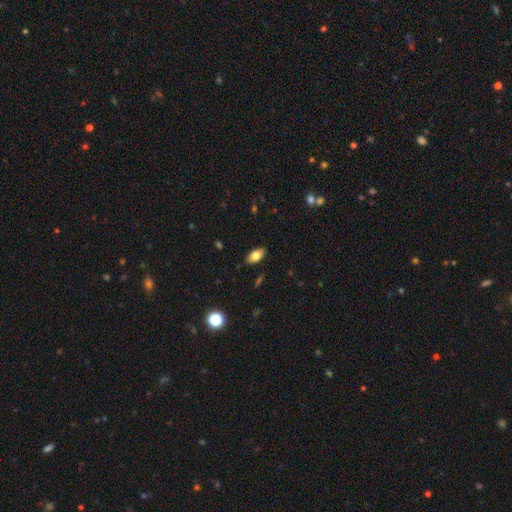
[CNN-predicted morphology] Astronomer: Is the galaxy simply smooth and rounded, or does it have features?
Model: smooth — 77%.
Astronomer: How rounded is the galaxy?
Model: in between — 91%.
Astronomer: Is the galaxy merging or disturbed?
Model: none — 87%.